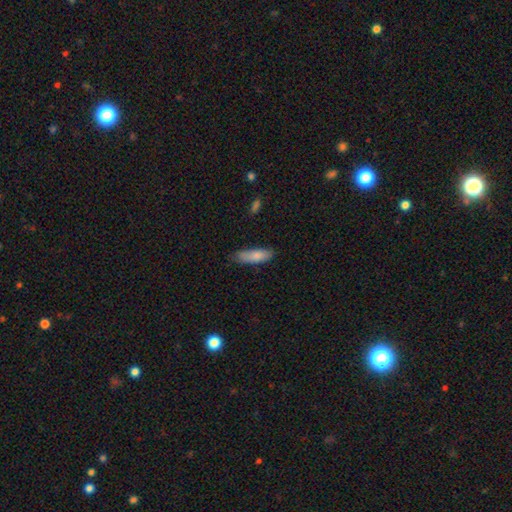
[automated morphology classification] type=smooth (83%); roundness=in between (54%); merging=none (70%).